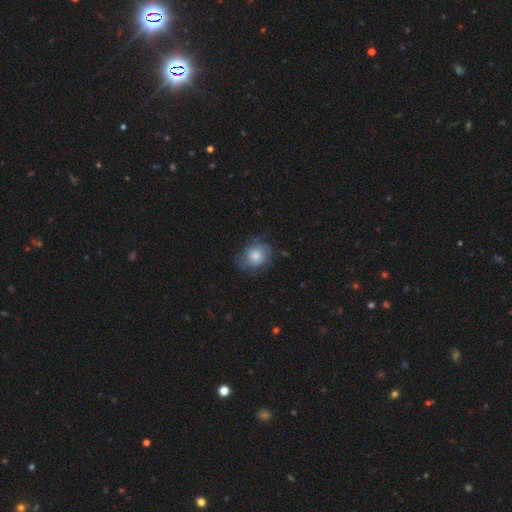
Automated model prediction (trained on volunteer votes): A smooth galaxy with no disk features (59%) that is round (68%).

Vote fractions:
- Smooth or featured? smooth: 59% / featured or disk: 32% / star or artifact: 8%
- How rounded? round: 68% / in between: 31% / cigar-shaped: 1%
- Merging? none: 63% / minor disturbance: 24% / major disturbance: 11% / merger: 1%